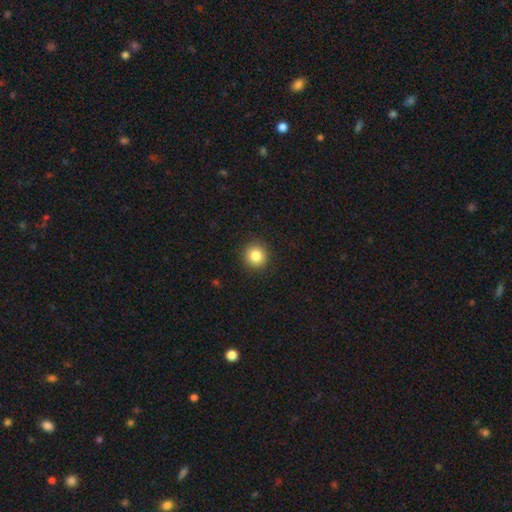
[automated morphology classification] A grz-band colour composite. It shows a smooth galaxy with no disk features (85%) that is round (93%). Merging: none (92%).